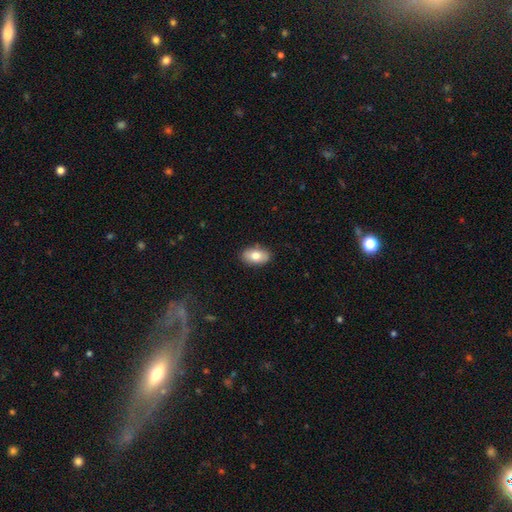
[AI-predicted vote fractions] Smooth or featured: smooth — 79% (featured or disk — 14%)
How rounded: in between — 91% (round — 7%)
Merging: none — 87% (minor disturbance — 10%)